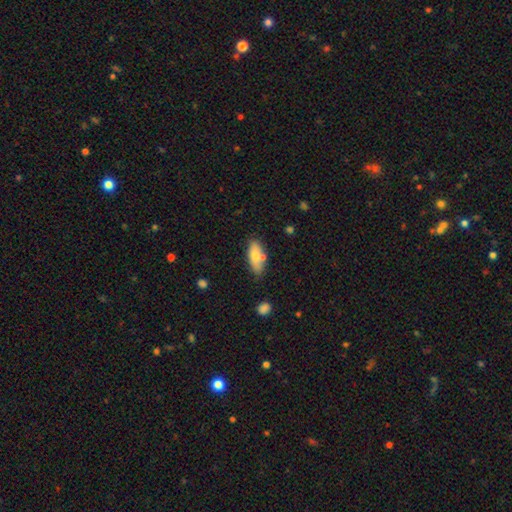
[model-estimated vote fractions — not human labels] This is likely a smooth galaxy (74%). How rounded: likely in between (77%). Merging: likely none (66%).